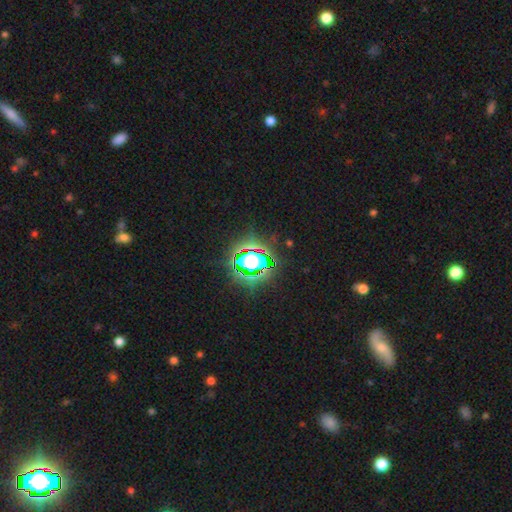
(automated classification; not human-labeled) Q: Smooth or featured?
A: star or artifact (80%); runner-up: smooth (12%)